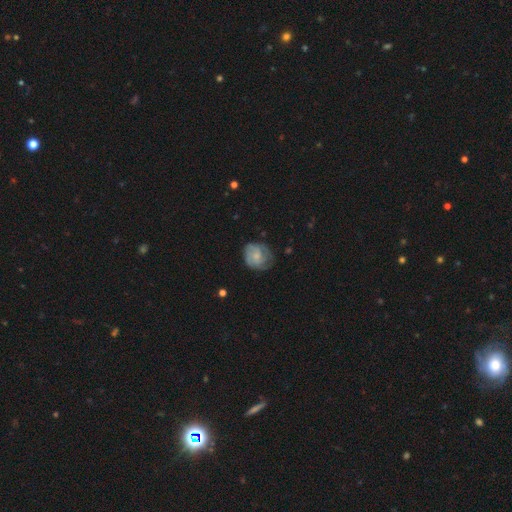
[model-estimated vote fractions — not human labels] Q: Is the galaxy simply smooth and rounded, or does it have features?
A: featured or disk — 55%.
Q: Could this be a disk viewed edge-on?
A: no — 98%.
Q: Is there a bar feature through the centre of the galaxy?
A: no — 72%.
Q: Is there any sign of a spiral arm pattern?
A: yes — 82%.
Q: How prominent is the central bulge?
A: small — 48%.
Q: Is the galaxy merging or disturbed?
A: none — 63%.